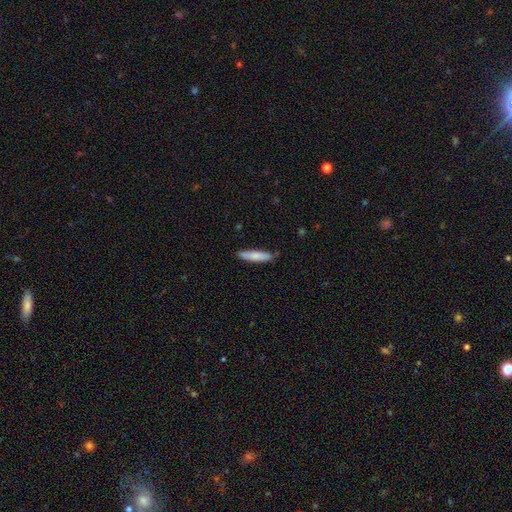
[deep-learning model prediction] smooth-or-featured: smooth: 80% | featured or disk: 15% | star or artifact: 5%
  how-rounded: cigar-shaped: 81% | in between: 17% | round: 1%
  merging: none: 84% | minor disturbance: 13% | major disturbance: 2% | merger: 1%